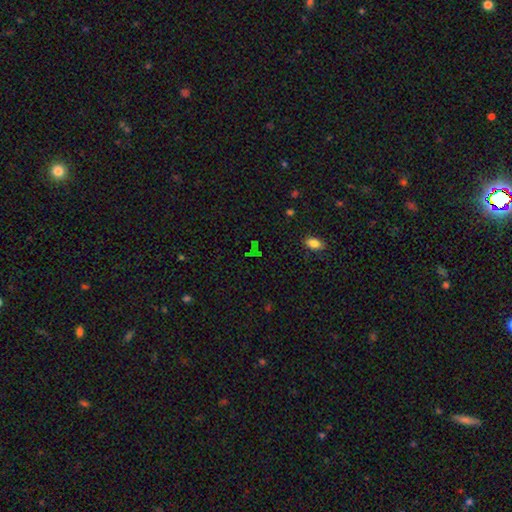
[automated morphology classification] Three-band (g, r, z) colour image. It shows a star or artifact, not a galaxy (57%).